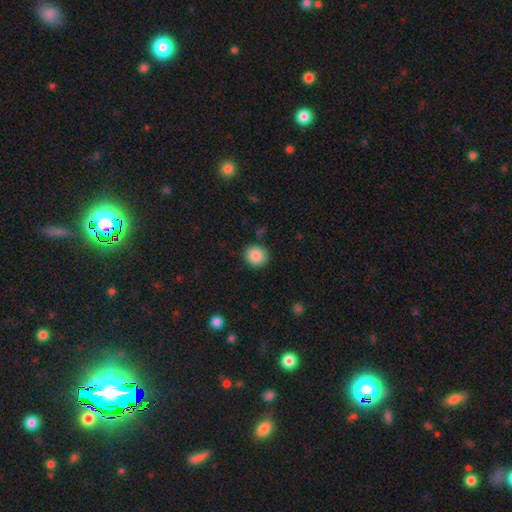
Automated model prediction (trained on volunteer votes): Smooth or featured? smooth (88%)
How rounded? round (84%)
Merging? none (88%)